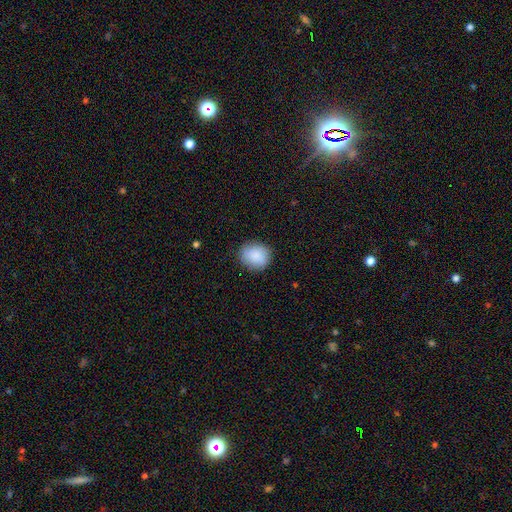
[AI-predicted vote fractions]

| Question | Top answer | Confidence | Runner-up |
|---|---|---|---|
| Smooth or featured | smooth | 88% | star or artifact (7%) |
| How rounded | round | 72% | in between (27%) |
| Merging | none | 85% | minor disturbance (11%) |